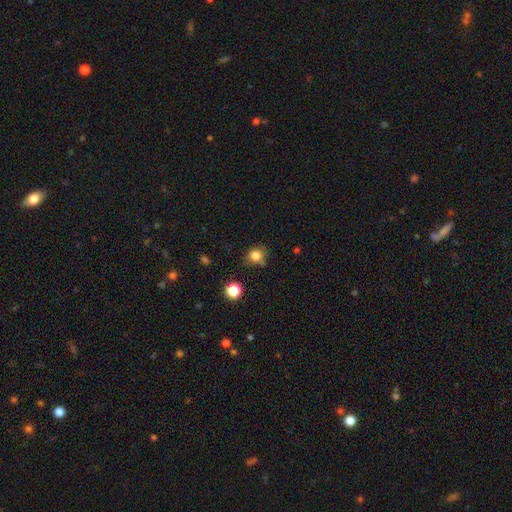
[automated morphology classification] smooth 81%, star or artifact 13%, featured or disk 6%. Down the decision tree: how rounded — round (76%); merging — none (70%).